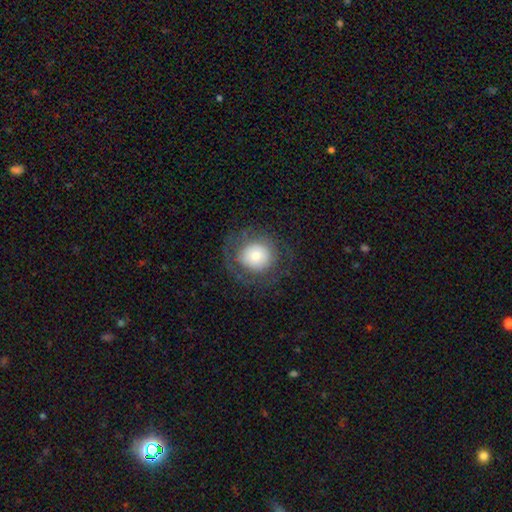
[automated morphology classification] Q: Smooth or featured?
A: smooth (62%); runner-up: featured or disk (29%)
Q: How rounded?
A: round (87%); runner-up: in between (12%)
Q: Merging?
A: none (72%); runner-up: minor disturbance (14%)